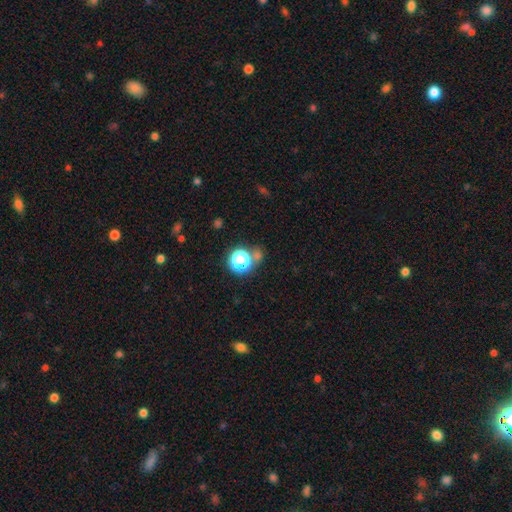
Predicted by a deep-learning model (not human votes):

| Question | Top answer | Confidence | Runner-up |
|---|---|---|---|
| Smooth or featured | star or artifact | 53% | smooth (39%) |